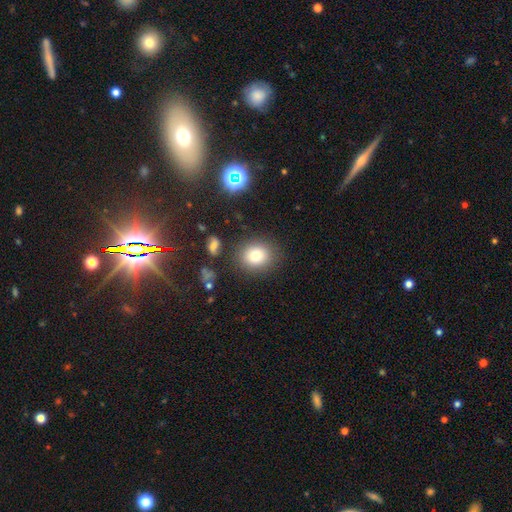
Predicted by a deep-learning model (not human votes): Morphology: type=smooth (76%); roundness=round (73%); merging=none (84%).